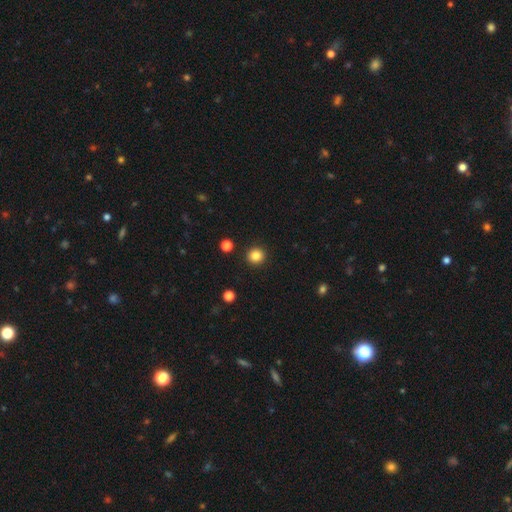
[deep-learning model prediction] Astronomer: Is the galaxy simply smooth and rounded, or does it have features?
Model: smooth — 84%.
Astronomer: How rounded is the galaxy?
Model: round — 93%.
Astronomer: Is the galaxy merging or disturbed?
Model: none — 92%.